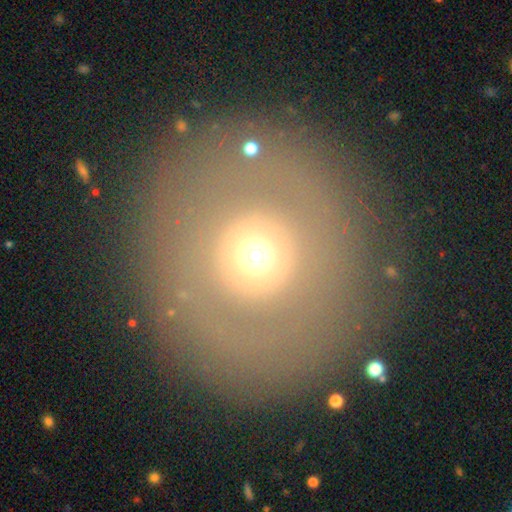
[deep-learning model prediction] Morphology: type=smooth (59%); roundness=round (90%); merging=none (77%).